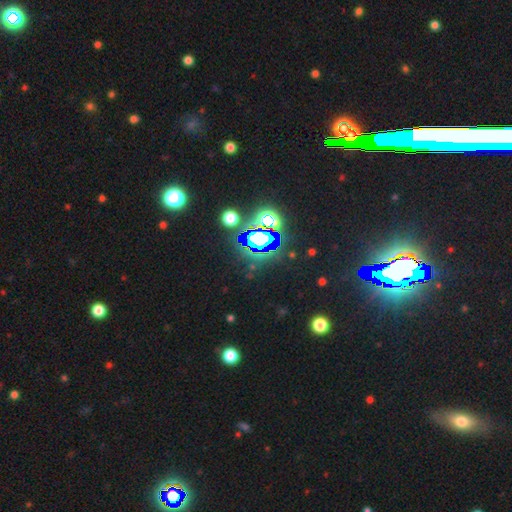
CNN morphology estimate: A star or artifact, not a galaxy (81%).

Vote fractions:
- Smooth or featured? star or artifact: 81% / smooth: 10% / featured or disk: 9%